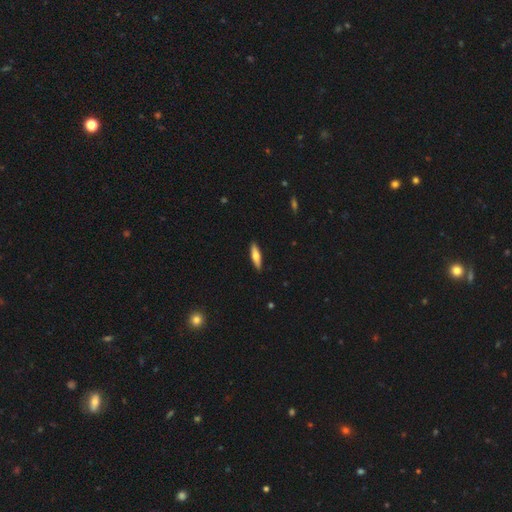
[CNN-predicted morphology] A smooth galaxy with no disk features (62%) that is cigar-shaped (65%).

Vote fractions:
- Smooth or featured? smooth: 62% / featured or disk: 33% / star or artifact: 6%
- How rounded? cigar-shaped: 65% / in between: 33% / round: 2%
- Merging? none: 90% / minor disturbance: 8% / major disturbance: 2% / merger: 1%